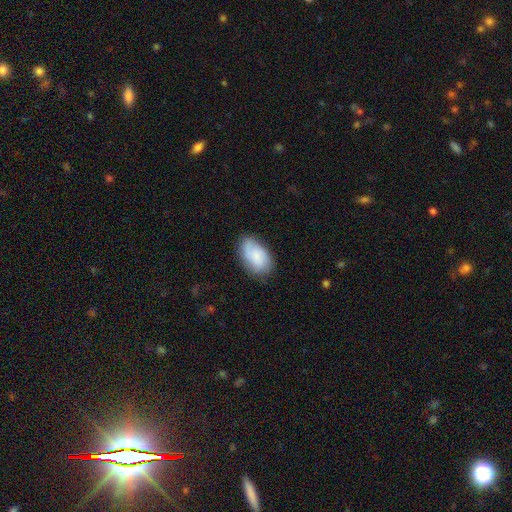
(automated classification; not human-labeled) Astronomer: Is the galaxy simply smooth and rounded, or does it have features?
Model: smooth — 73%.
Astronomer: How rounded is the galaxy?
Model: in between — 93%.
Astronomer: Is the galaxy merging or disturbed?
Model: none — 69%.